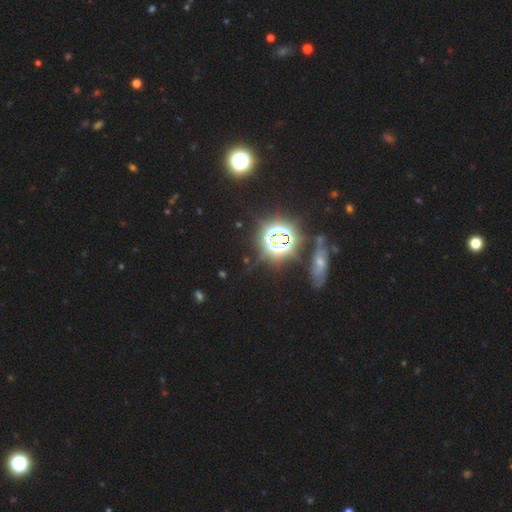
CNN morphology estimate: Smooth or featured? Predicted: star or artifact (p=0.75).